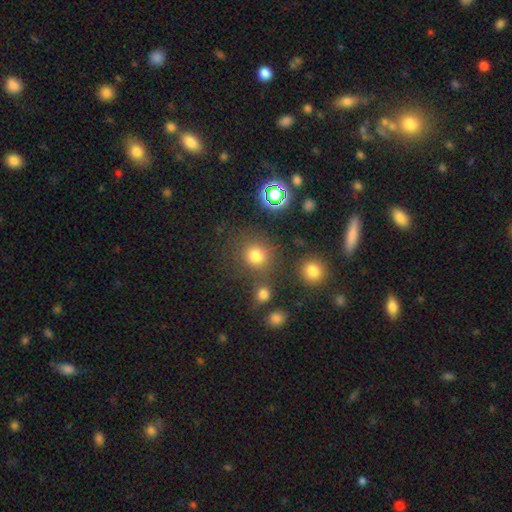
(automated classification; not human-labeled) This is likely a smooth galaxy (74%). How rounded: clearly round (89%). Merging: likely none (73%).